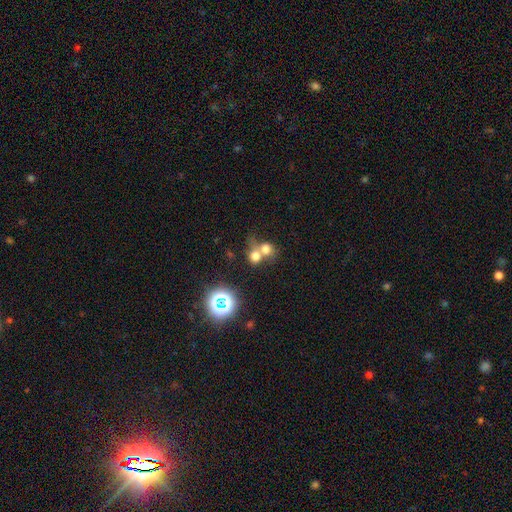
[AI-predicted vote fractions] Smooth or featured?
  - smooth: 68% *
  - star or artifact: 18%
  - featured or disk: 14%
How rounded?
  - round: 77% *
  - in between: 22%
  - cigar-shaped: 1%
Merging?
  - merger: 58% *
  - none: 31%
  - minor disturbance: 6%
  - major disturbance: 5%